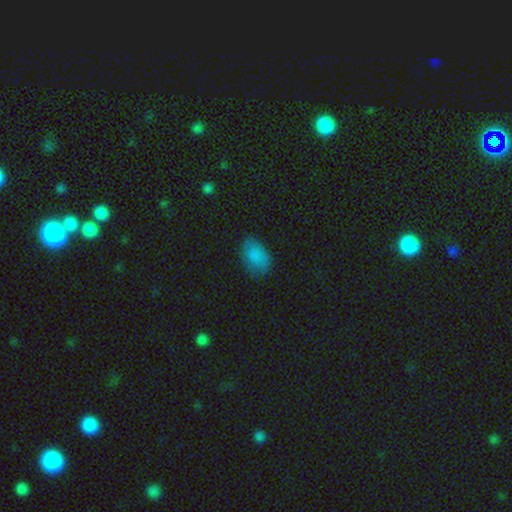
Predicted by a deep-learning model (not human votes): Smooth or featured? smooth (80%)
How rounded? in between (88%)
Merging? none (65%)